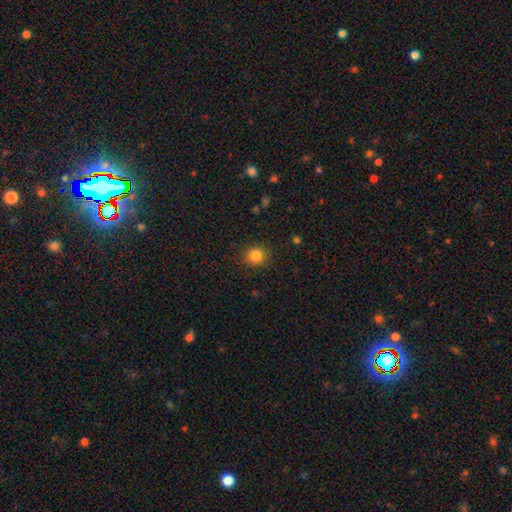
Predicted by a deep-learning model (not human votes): Smooth or featured? Predicted: smooth (p=0.84). How rounded? Predicted: round (p=0.87). Merging? Predicted: none (p=0.88).